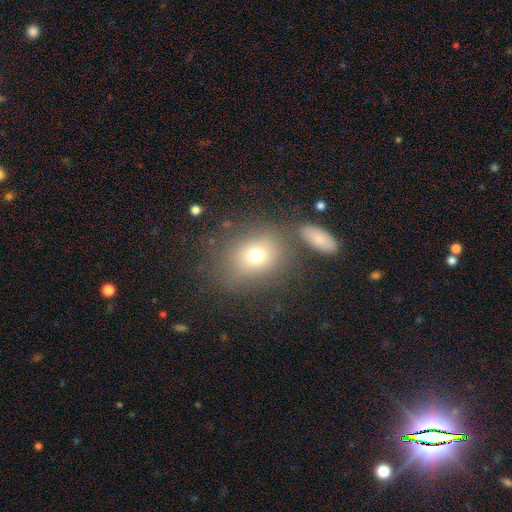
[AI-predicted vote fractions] A smooth galaxy with no disk features (72%) that is round (59%).

Vote fractions:
- Smooth or featured? smooth: 72% / featured or disk: 14% / star or artifact: 14%
- How rounded? round: 59% / in between: 40% / cigar-shaped: 1%
- Merging? none: 70% / minor disturbance: 13% / merger: 10% / major disturbance: 7%